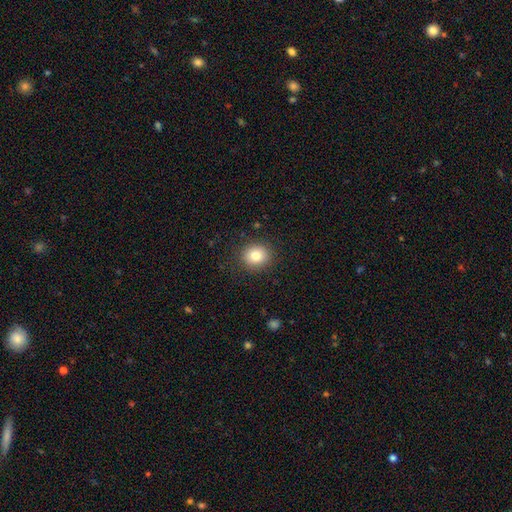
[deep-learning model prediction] Morphology: type=smooth (82%); roundness=round (81%); merging=none (89%).